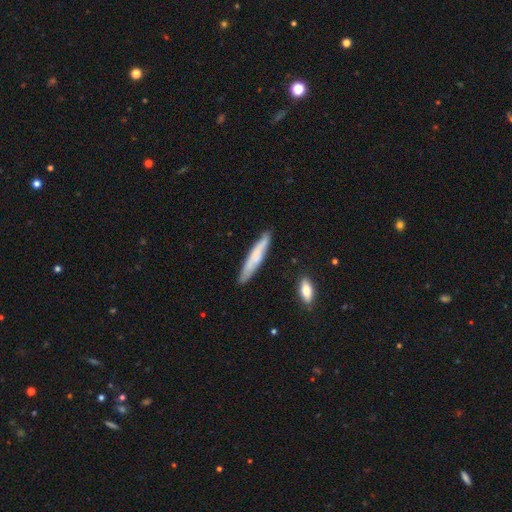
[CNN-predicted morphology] This is likely a smooth galaxy (64%). How rounded: clearly cigar-shaped (93%). Merging: clearly none (84%).